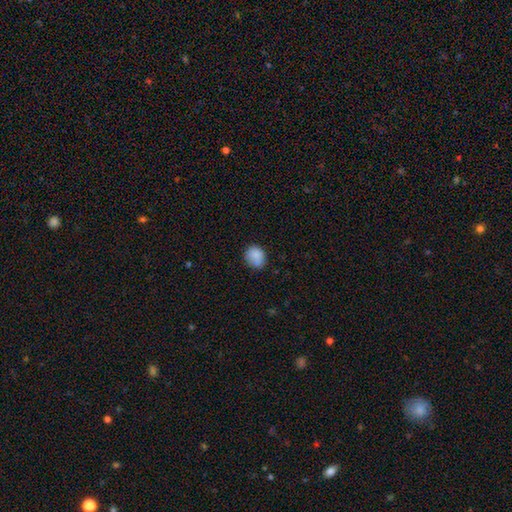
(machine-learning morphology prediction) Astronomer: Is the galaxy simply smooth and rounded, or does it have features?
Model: smooth — 85%.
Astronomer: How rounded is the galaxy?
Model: round — 71%.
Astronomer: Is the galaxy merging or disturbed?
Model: none — 71%.